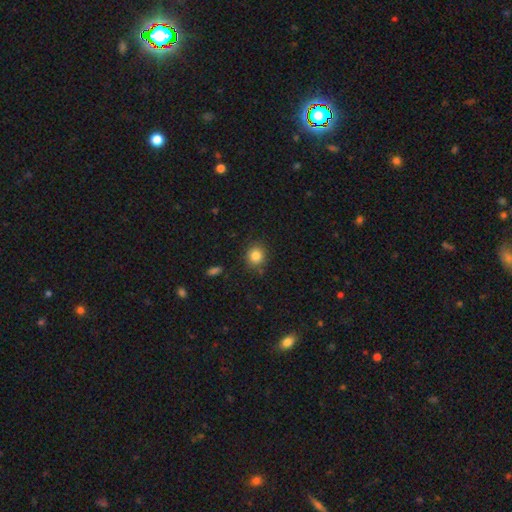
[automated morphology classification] type=smooth (84%); roundness=round (83%); merging=none (84%).